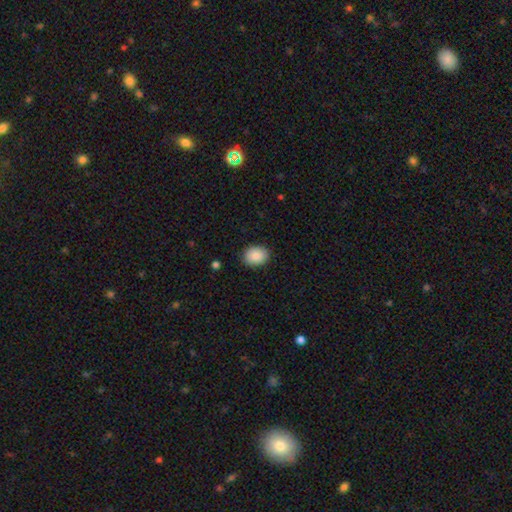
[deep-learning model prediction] Morphology: type=smooth (89%); roundness=in between (60%); merging=none (86%).